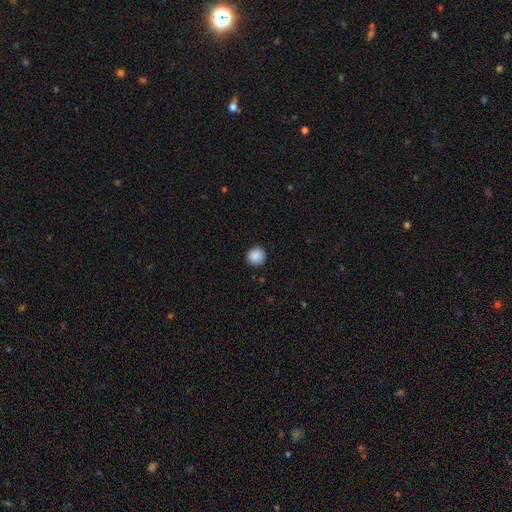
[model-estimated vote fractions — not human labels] Morphology: type=smooth (89%); roundness=round (93%); merging=none (90%).